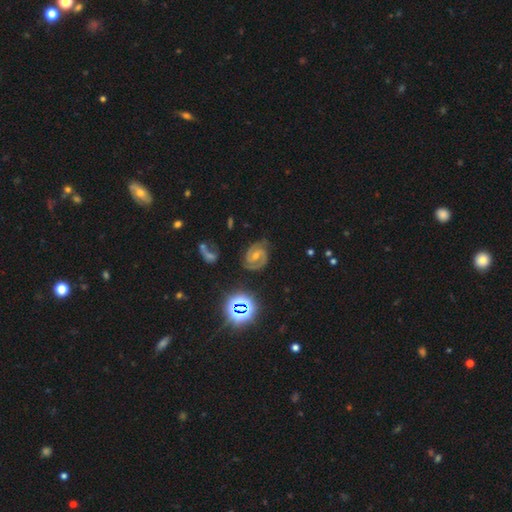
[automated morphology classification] Smooth or featured?
  - featured or disk: 63% *
  - star or artifact: 26%
  - smooth: 11%
Edge-on disk?
  - no: 97% *
  - yes: 3%
Bar?
  - no: 46% *
  - weak: 39%
  - strong: 15%
Spiral arms?
  - yes: 93% *
  - no: 7%
Spiral winding?
  - tight: 52% *
  - medium: 39%
  - loose: 10%
Spiral arm count?
  - 2: 68% *
  - can't tell: 15%
  - 3: 7%
  - 1: 5%
  - 4: 3%
  - more than 4: 3%
Bulge size?
  - small: 47% *
  - moderate: 46%
  - none: 3%
  - large: 2%
  - dominant: 1%
Merging?
  - none: 72% *
  - minor disturbance: 16%
  - major disturbance: 8%
  - merger: 4%